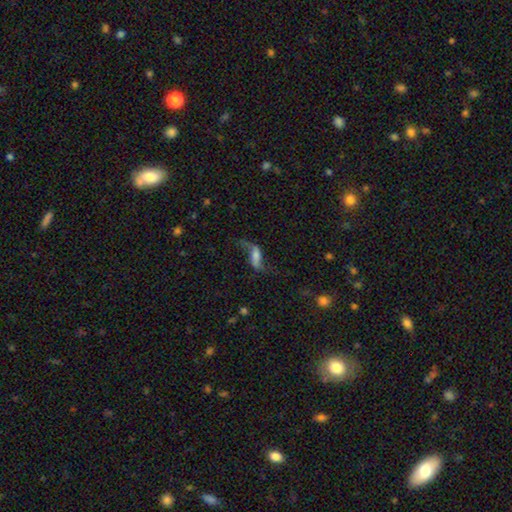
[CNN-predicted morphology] A featured or disk galaxy (62%) with a weak bar (36%), spiral arms (87%) and a moderate central bulge (31%). Merging: none (56%).